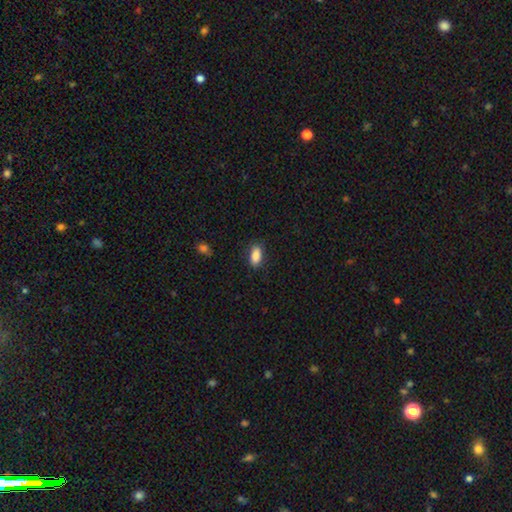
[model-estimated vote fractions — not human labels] smooth-or-featured: smooth: 89% | star or artifact: 8% | featured or disk: 4%
  how-rounded: in between: 90% | cigar-shaped: 6% | round: 4%
  merging: none: 85% | minor disturbance: 11% | major disturbance: 3% | merger: 1%